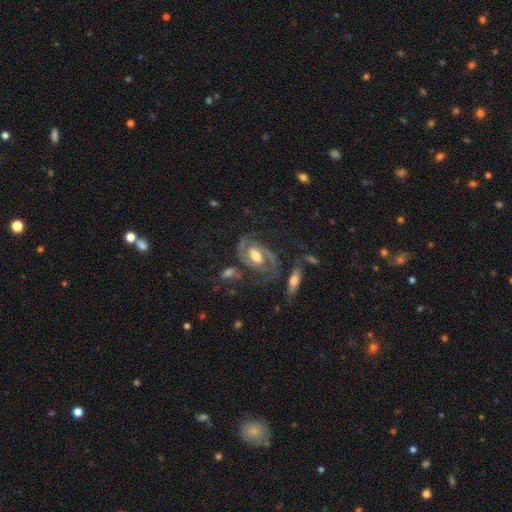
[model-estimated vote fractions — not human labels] smooth-or-featured: featured or disk: 87% | smooth: 8% | star or artifact: 5%
  disk-edge-on: no: 96% | yes: 4%
    bar: weak: 45% | strong: 28% | no: 27%
    has-spiral-arms: yes: 96% | no: 4%
      spiral-winding: medium: 53% | tight: 33% | loose: 13%
      spiral-arm-count: 2: 90% | can't tell: 4% | 3: 2% | 1: 2% | 4: 1% | more than 4: 1%
    bulge-size: moderate: 58% | large: 23% | small: 15% | none: 2% | dominant: 2%
  merging: none: 64% | minor disturbance: 17% | major disturbance: 13% | merger: 6%